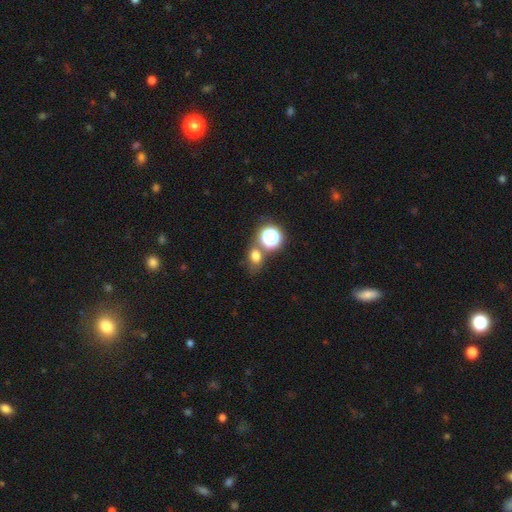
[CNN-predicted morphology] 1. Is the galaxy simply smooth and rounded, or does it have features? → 68% smooth, 23% star or artifact, 8% featured or disk.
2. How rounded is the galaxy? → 54% round, 45% in between, 1% cigar-shaped.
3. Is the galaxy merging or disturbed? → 59% none, 22% merger, 13% minor disturbance, 6% major disturbance.